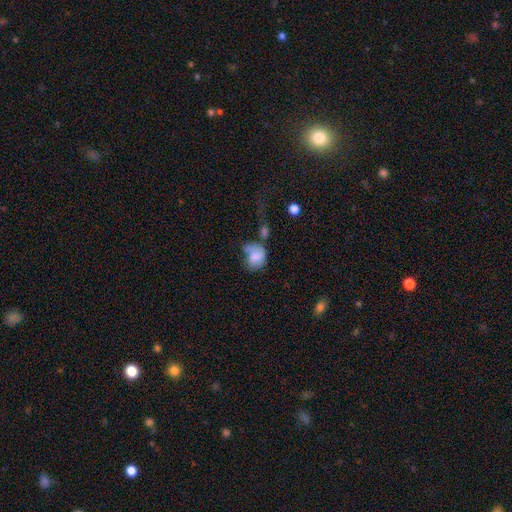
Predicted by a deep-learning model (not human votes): Smooth or featured? smooth (75%)
How rounded? in between (51%)
Merging? major disturbance (29%)